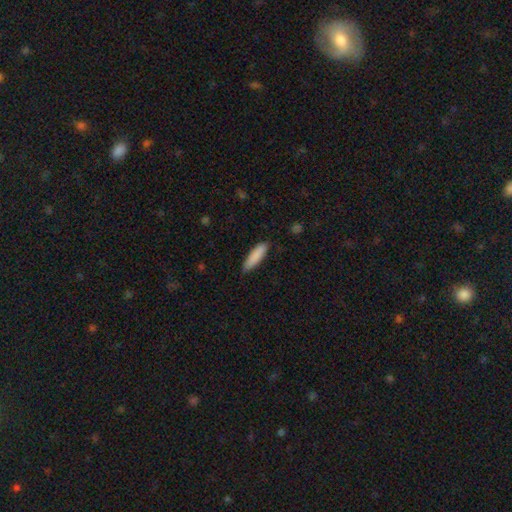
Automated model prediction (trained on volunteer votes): A smooth galaxy with no disk features (87%) that is cigar-shaped (69%). Merging: none (84%).